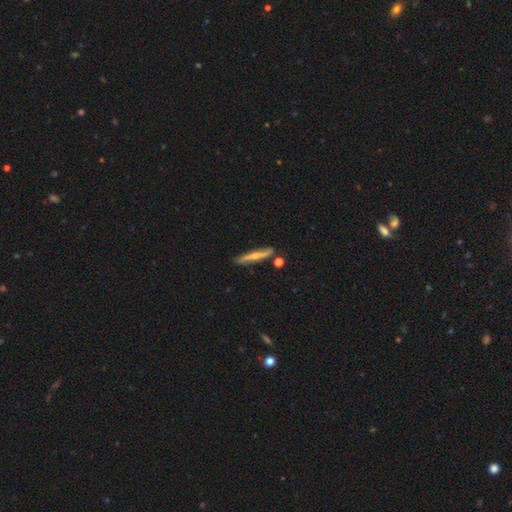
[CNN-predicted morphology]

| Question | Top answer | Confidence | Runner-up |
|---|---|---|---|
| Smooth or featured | featured or disk | 55% | smooth (39%) |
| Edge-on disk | yes | 84% | no (16%) |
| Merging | none | 76% | minor disturbance (16%) |